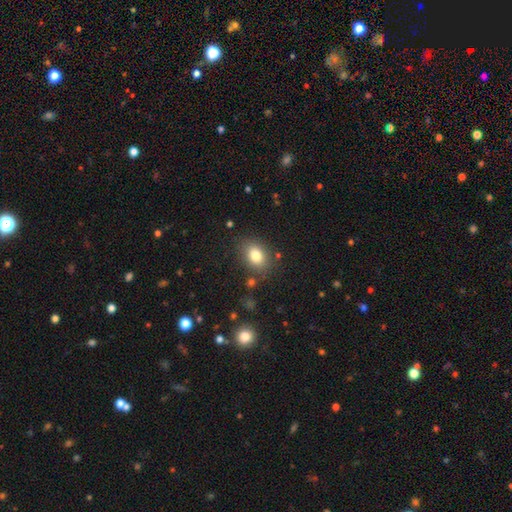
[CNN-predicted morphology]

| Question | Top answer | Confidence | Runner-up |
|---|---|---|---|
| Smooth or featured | smooth | 80% | star or artifact (11%) |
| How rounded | in between | 70% | round (29%) |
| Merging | none | 81% | minor disturbance (12%) |